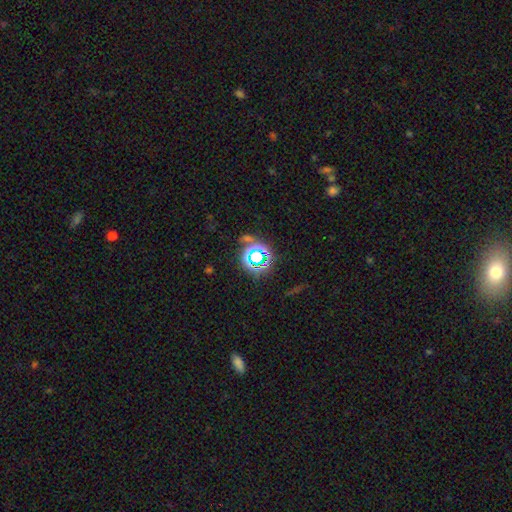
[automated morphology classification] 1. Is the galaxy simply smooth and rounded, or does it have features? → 65% star or artifact, 23% smooth, 11% featured or disk.